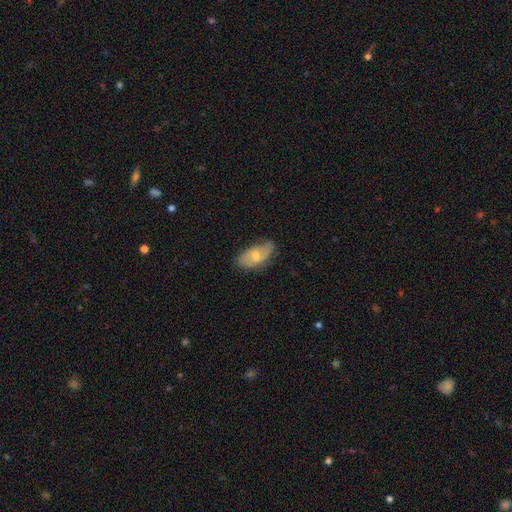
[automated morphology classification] smooth 48%, featured or disk 45%, star or artifact 6%. Down the decision tree: merging — none (66%).